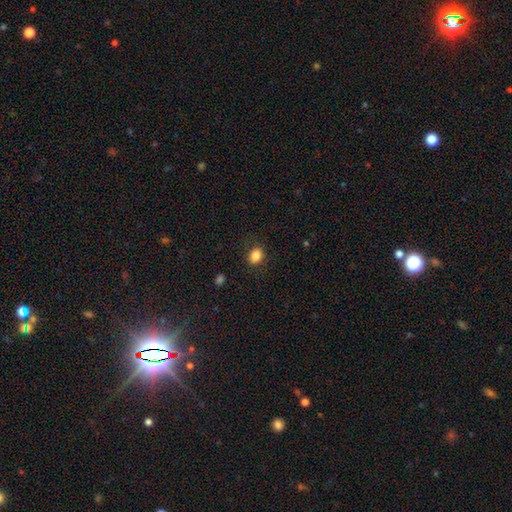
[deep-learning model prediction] This is clearly a smooth galaxy (85%). How rounded: possibly round (53%). Merging: clearly none (86%).